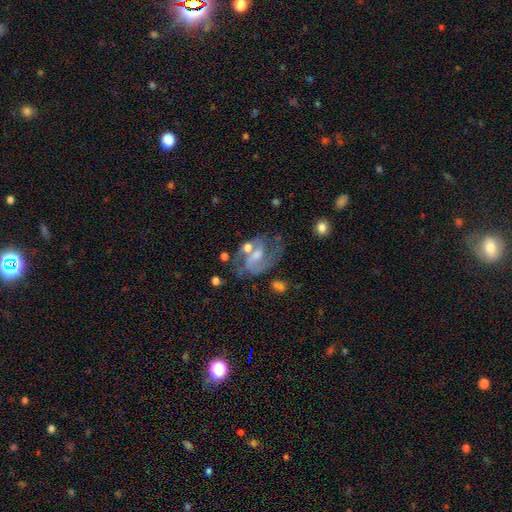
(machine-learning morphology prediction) Overall: featured or disk (77%). Edge-on disk: no (97%). Bar: weak (49%; no 30%). Spiral arms: yes (88%). Spiral arm count: 2 (74%). Spiral winding: medium (51%; loose 29%). Bulge size: moderate (43%; small 33%). Merging: none (42%; major disturbance 22%).